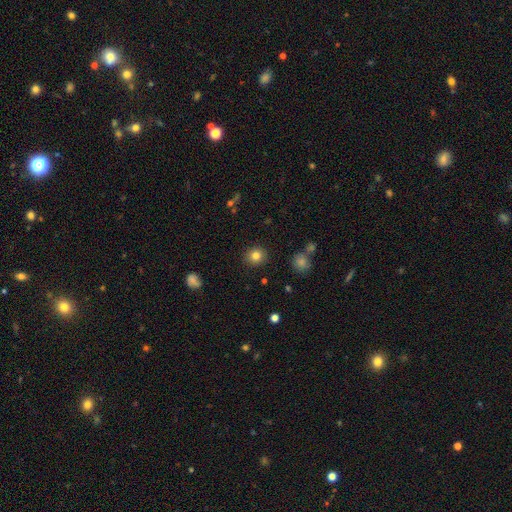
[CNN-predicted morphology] Overall: smooth (82%). How rounded: round (87%). Merging: none (90%).